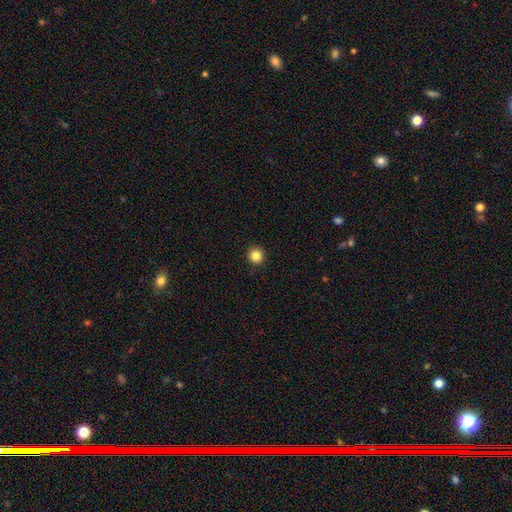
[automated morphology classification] Overall: smooth (84%). How rounded: round (95%). Merging: none (93%).